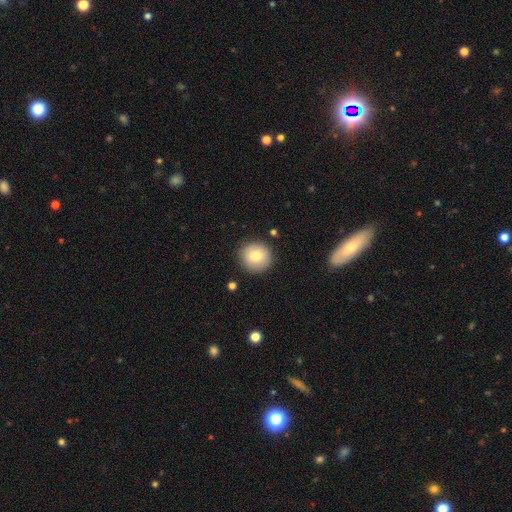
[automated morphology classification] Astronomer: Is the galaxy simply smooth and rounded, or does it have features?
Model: smooth — 79%.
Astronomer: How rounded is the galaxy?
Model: round — 93%.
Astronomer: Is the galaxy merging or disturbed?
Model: none — 88%.